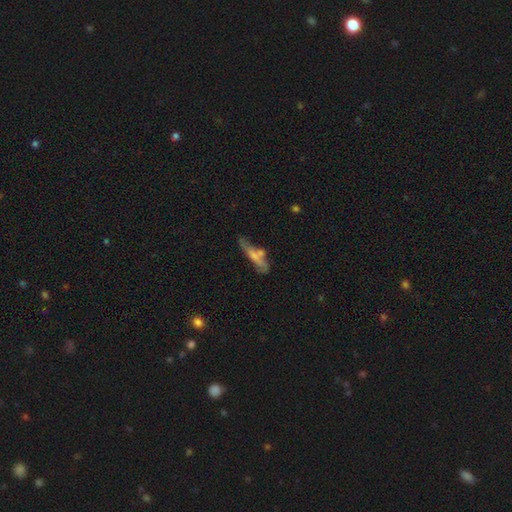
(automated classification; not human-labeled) Smooth or featured? smooth (55%)
How rounded? cigar-shaped (77%)
Merging? none (43%)